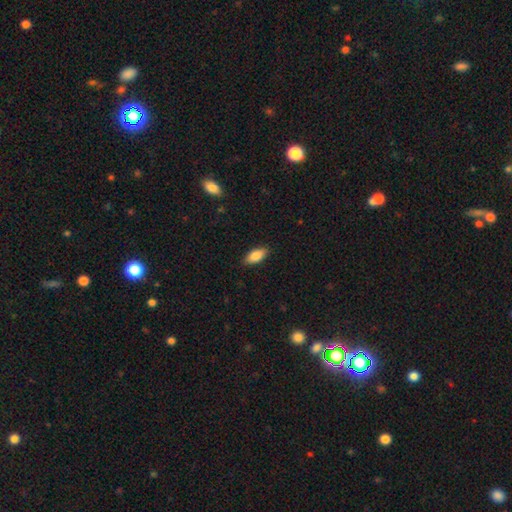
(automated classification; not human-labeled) A smooth galaxy with no disk features (86%) that is in between round and cigar-shaped (87%). Merging: none (87%).